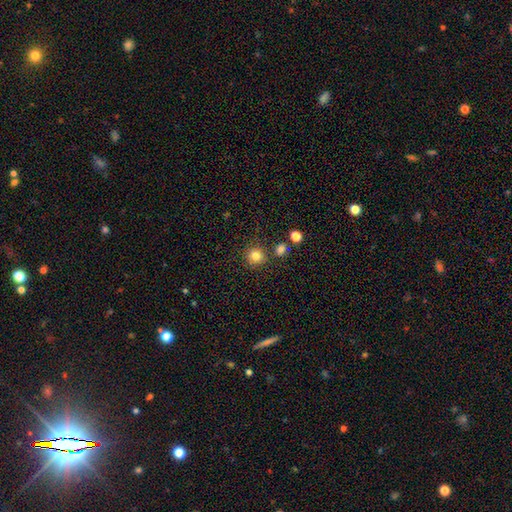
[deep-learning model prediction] Smooth or featured: smooth — 82% (star or artifact — 13%)
How rounded: round — 93% (in between — 6%)
Merging: none — 84% (minor disturbance — 8%)